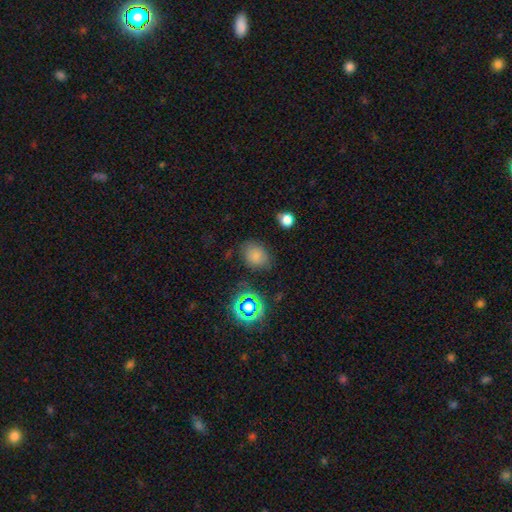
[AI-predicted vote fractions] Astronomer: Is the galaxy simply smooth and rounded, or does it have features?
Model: smooth — 77%.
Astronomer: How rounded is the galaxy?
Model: in between — 53% (runner-up: round, 46%).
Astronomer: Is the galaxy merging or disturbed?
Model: none — 74%.